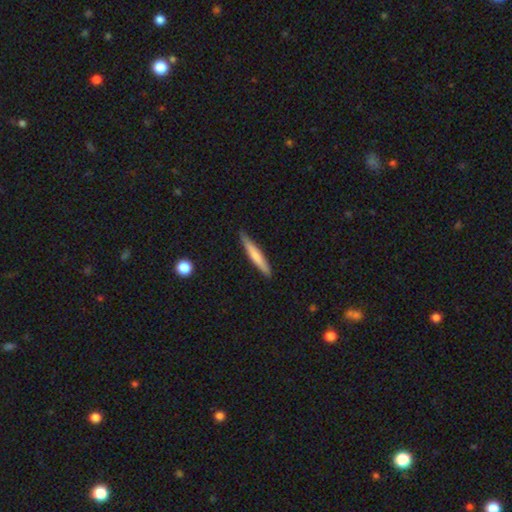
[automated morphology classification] Smooth or featured: smooth — 65% (featured or disk — 30%)
How rounded: cigar-shaped — 95% (in between — 4%)
Merging: none — 87% (minor disturbance — 10%)